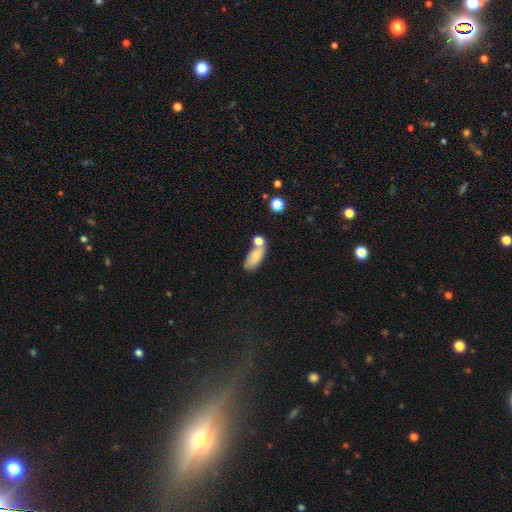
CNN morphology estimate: type=smooth (75%); roundness=in between (83%); merging=none (42%).